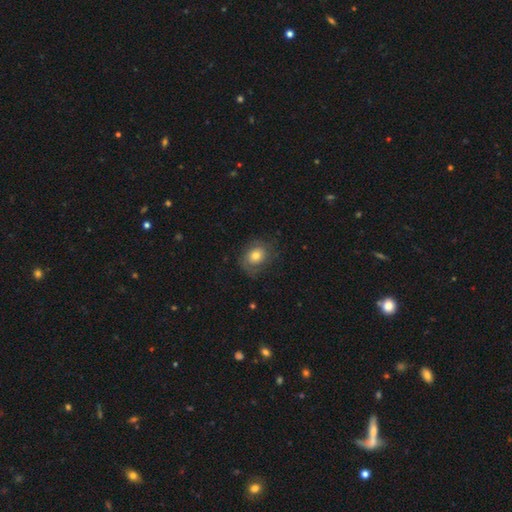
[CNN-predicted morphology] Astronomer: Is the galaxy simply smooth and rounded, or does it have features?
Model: smooth — 60%.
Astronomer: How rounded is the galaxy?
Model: round — 57% (runner-up: in between, 42%).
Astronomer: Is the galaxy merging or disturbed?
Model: none — 65%.